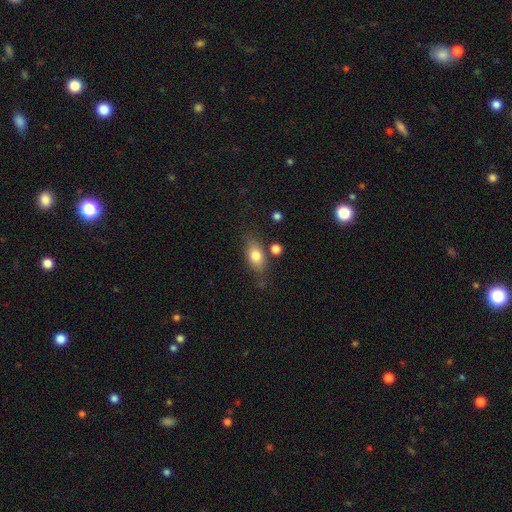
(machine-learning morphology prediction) type=smooth (79%); roundness=in between (84%); merging=none (71%).